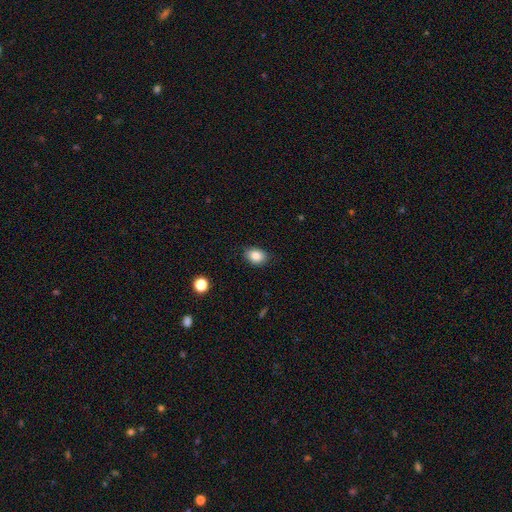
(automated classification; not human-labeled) This appears to be a smooth galaxy with no disk features (85%) that is in between round and cigar-shaped (71%). Merging: none (85%).